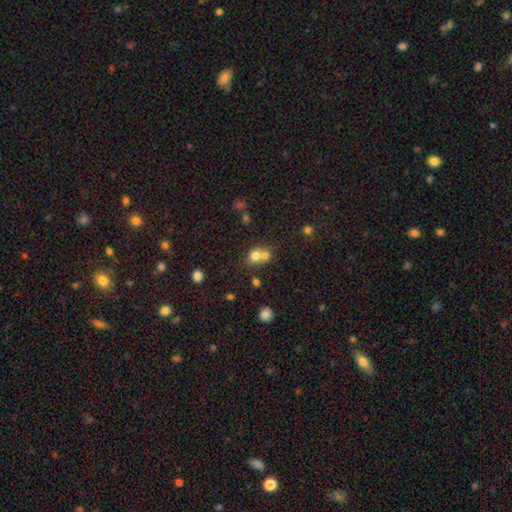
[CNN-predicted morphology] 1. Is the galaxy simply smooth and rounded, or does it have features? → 73% smooth, 14% featured or disk, 13% star or artifact.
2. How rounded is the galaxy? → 64% round, 35% in between, 1% cigar-shaped.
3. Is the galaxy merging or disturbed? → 58% merger, 31% none, 7% minor disturbance, 3% major disturbance.